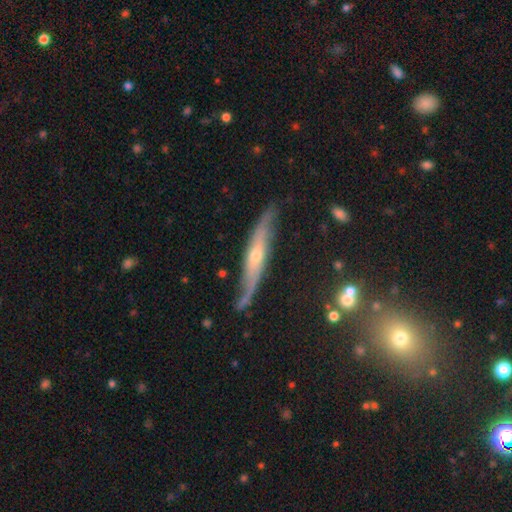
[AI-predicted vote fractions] Smooth or featured? Predicted: featured or disk (p=0.74). Edge-on disk? Predicted: yes (p=0.69). Edge-on bulge? Predicted: rounded (p=0.73). Merging? Predicted: none (p=0.71).